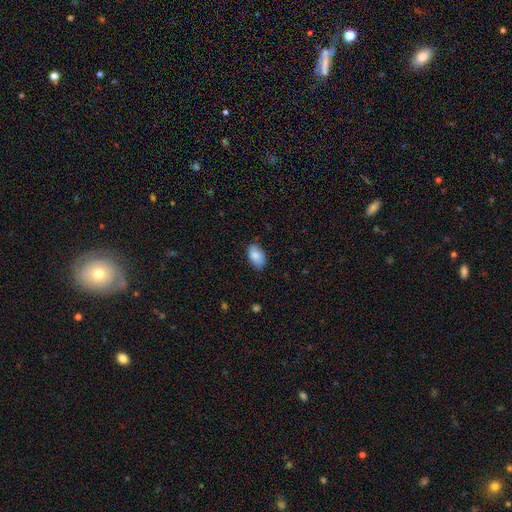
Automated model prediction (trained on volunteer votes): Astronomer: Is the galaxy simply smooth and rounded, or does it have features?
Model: smooth — 86%.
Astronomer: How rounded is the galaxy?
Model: in between — 93%.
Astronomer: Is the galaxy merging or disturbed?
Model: none — 81%.